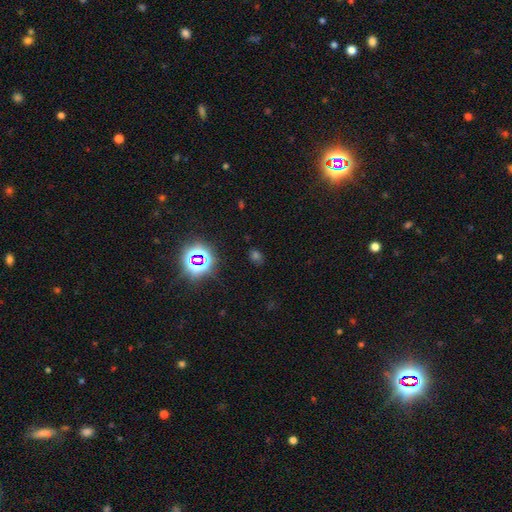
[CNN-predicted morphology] A star or artifact, not a galaxy (55%).

Vote fractions:
- Smooth or featured? star or artifact: 55% / smooth: 38% / featured or disk: 8%